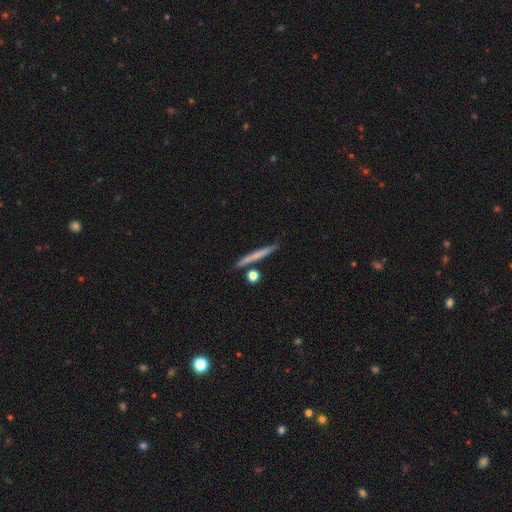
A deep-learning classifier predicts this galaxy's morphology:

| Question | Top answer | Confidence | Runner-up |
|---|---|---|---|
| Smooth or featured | smooth | 59% | featured or disk (34%) |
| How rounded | cigar-shaped | 93% | in between (4%) |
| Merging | none | 83% | minor disturbance (9%) |